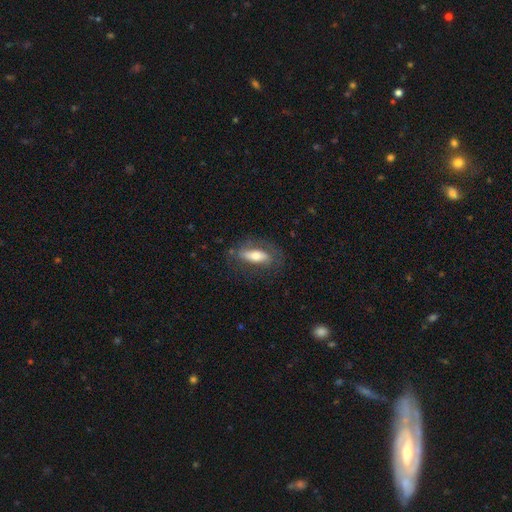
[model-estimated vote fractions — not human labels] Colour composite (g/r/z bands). It shows a smooth galaxy with no disk features (53%) that is in between round and cigar-shaped (67%). Merging: none (70%).